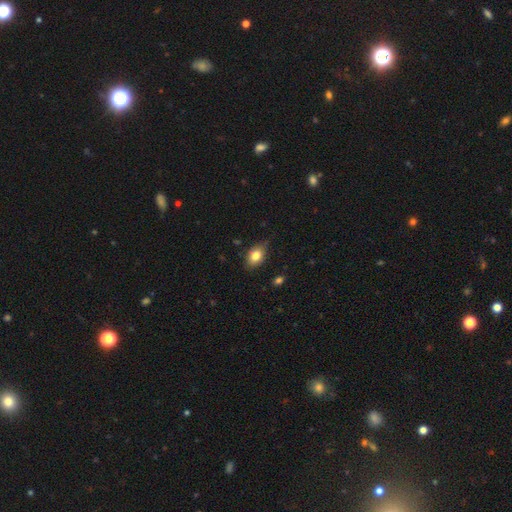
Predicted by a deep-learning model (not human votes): Morphology: type=smooth (81%); roundness=in between (78%); merging=none (76%).